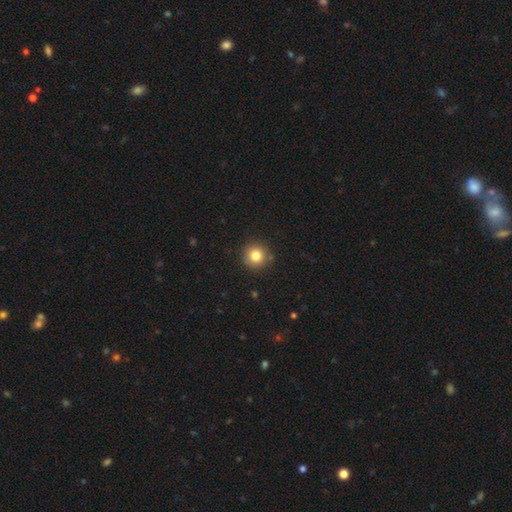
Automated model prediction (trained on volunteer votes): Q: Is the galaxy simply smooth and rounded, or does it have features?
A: smooth — 82%.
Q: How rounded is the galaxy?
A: round — 94%.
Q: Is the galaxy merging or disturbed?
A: none — 88%.